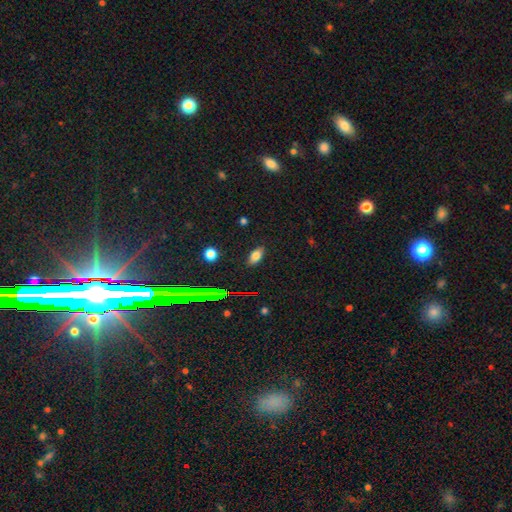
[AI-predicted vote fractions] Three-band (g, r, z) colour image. It shows a smooth galaxy with no disk features (74%) that is in between round and cigar-shaped (86%). Merging: none (86%).